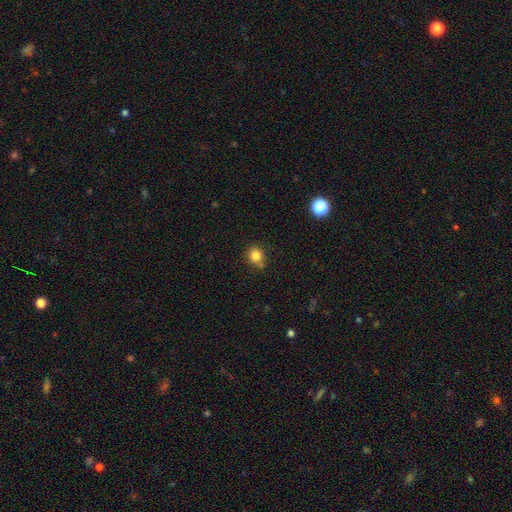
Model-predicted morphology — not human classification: This appears to be a smooth galaxy with no disk features (82%) that is round (79%). Merging: none (73%).